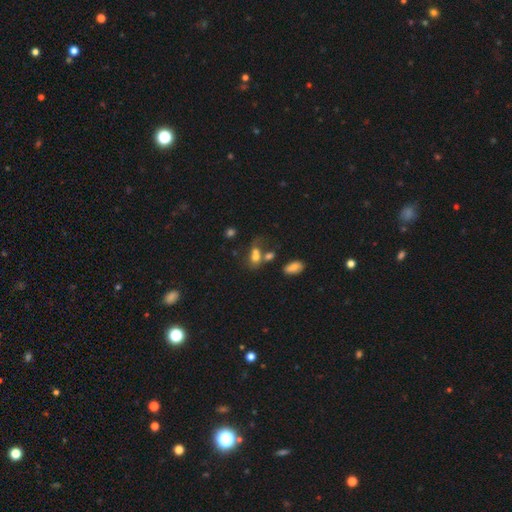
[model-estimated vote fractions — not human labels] Smooth or featured? smooth (69%)
How rounded? in between (73%)
Merging? merger (45%)